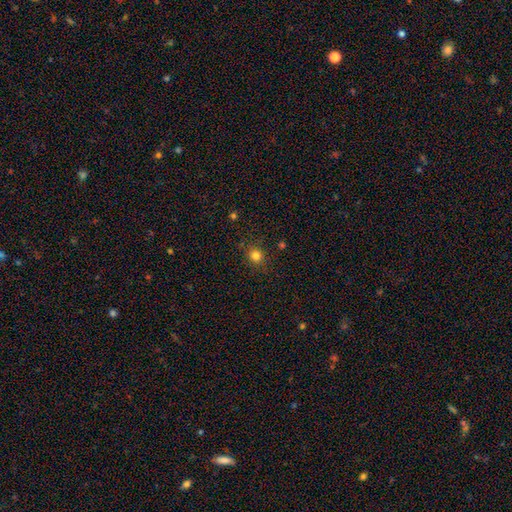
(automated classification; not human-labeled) A smooth galaxy with no disk features (81%) that is round (85%). Merging: none (86%).